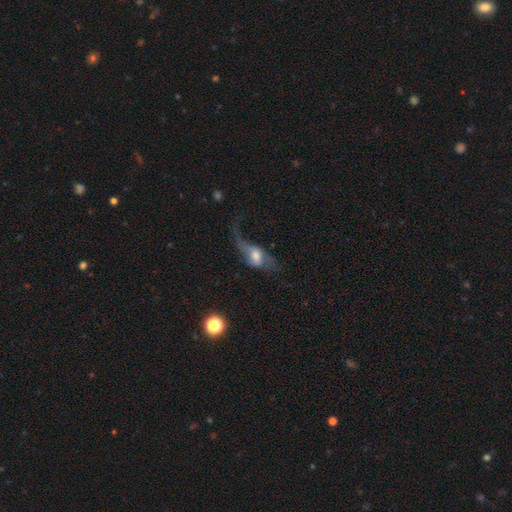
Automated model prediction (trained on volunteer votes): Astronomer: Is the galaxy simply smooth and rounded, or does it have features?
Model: featured or disk — 57% (runner-up: smooth, 35%).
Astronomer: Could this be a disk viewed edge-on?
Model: no — 82%.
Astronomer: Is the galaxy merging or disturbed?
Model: major disturbance — 49% (runner-up: none, 28%).